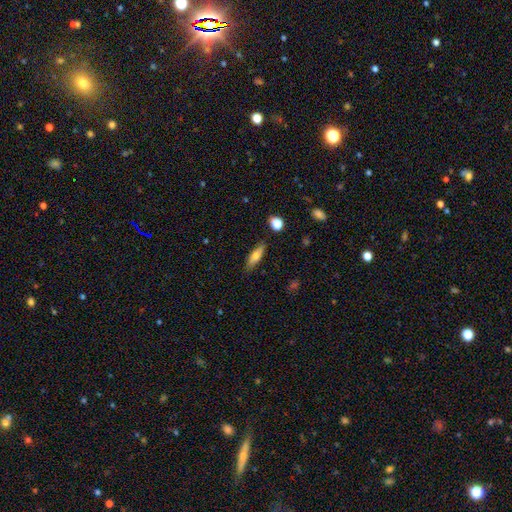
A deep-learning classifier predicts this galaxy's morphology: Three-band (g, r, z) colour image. It shows a smooth galaxy with no disk features (67%) that is cigar-shaped (56%). Merging: none (82%).